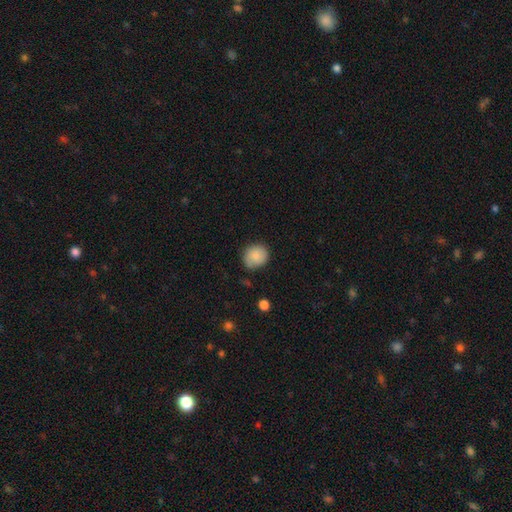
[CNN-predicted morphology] Q: Smooth or featured?
A: smooth (84%); runner-up: featured or disk (9%)
Q: How rounded?
A: round (76%); runner-up: in between (23%)
Q: Merging?
A: none (72%); runner-up: minor disturbance (21%)